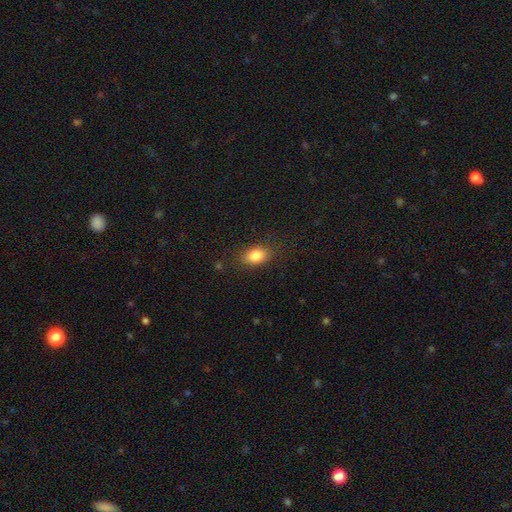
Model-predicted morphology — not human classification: A smooth galaxy with no disk features (83%) that is in between round and cigar-shaped (80%). Merging: none (84%).